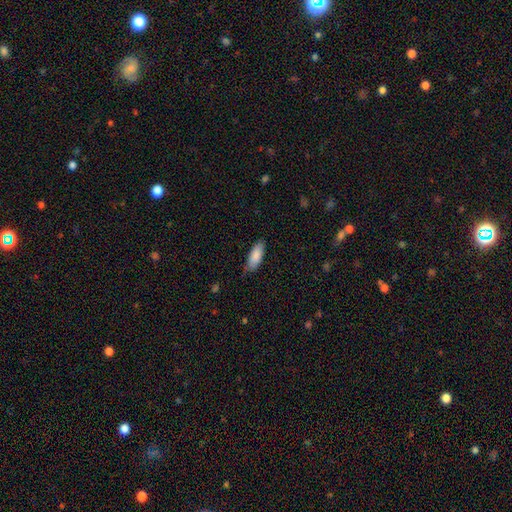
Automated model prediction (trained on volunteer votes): Overall: smooth (87%). How rounded: in between (74%). Merging: none (78%).